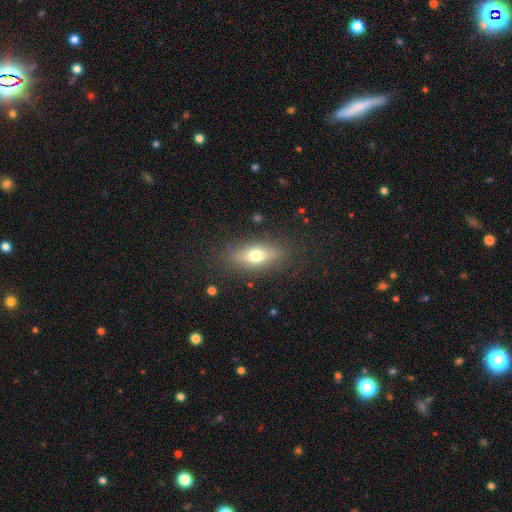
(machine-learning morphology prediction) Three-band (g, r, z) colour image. It shows a smooth galaxy with no disk features (65%) that is in between round and cigar-shaped (70%). Merging: none (83%).